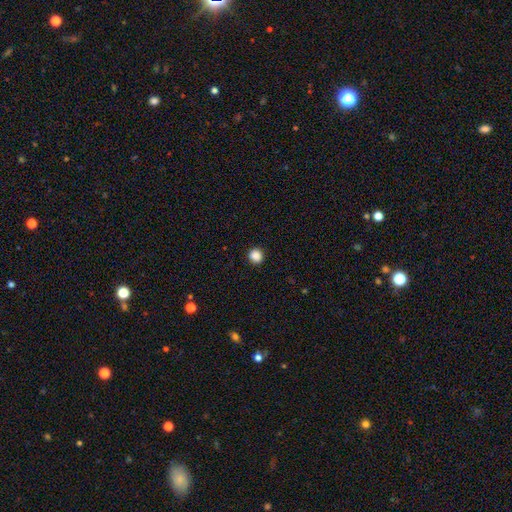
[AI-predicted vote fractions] Q: Smooth or featured?
A: smooth (87%); runner-up: star or artifact (10%)
Q: How rounded?
A: round (90%); runner-up: in between (9%)
Q: Merging?
A: none (92%); runner-up: minor disturbance (6%)